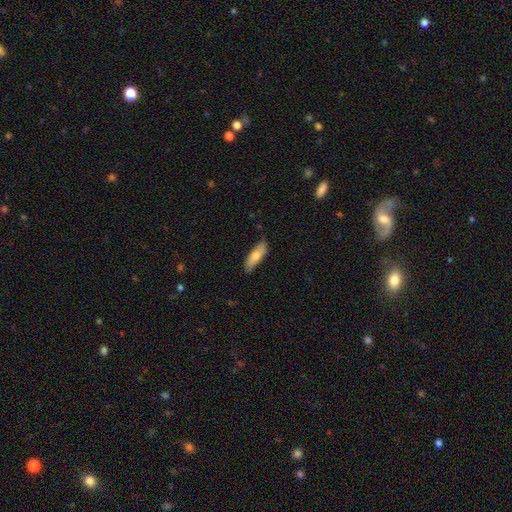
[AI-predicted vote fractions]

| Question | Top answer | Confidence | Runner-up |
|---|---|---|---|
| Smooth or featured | smooth | 69% | featured or disk (25%) |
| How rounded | in between | 51% | cigar-shaped (47%) |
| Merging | none | 79% | minor disturbance (17%) |